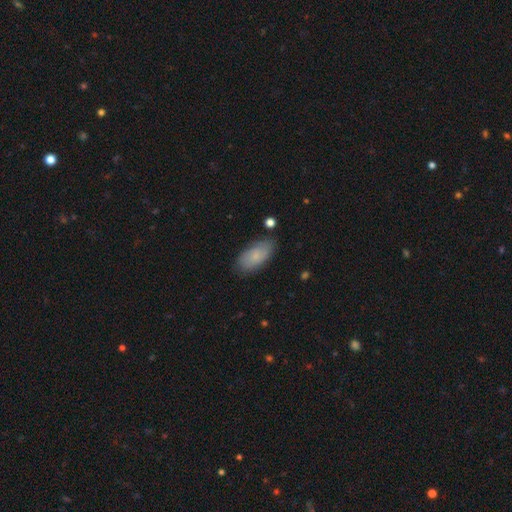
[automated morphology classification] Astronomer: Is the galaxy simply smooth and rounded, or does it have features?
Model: smooth — 81%.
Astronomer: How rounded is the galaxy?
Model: in between — 90%.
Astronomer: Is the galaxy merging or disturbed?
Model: none — 79%.